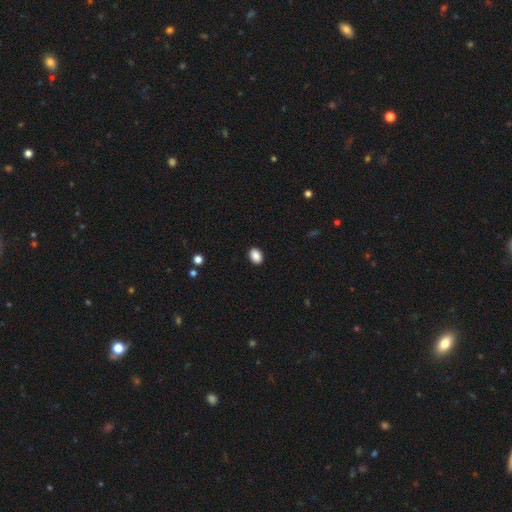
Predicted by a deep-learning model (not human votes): smooth-or-featured: smooth: 89% | star or artifact: 8% | featured or disk: 3%
  how-rounded: in between: 69% | round: 30% | cigar-shaped: 1%
  merging: none: 91% | minor disturbance: 6% | major disturbance: 2% | merger: 1%